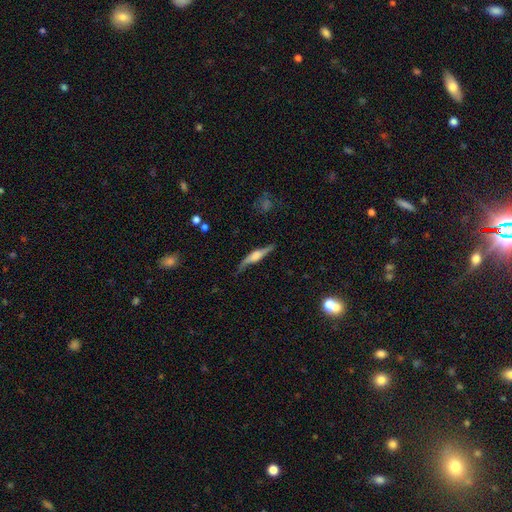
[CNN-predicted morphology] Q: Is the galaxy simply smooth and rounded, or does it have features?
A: featured or disk — 71%.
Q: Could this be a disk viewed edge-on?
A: yes — 89%.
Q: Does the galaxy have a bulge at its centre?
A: rounded — 67%.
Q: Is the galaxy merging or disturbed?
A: none — 73%.